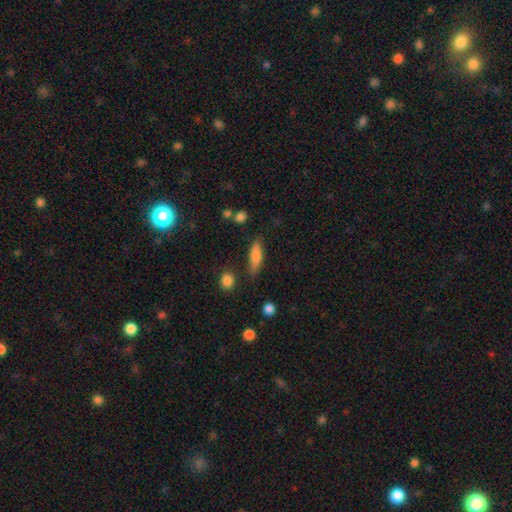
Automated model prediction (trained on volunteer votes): The model was most divided on "how rounded": cigar-shaped: 52%, in between: 44%, round: 3%. More confident: smooth or featured — smooth (75%); merging — none (72%).